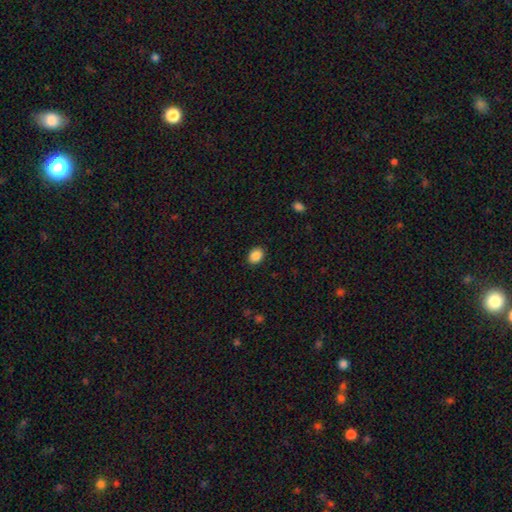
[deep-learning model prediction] smooth_or_featured: smooth (p=0.89) [alt: star or artifact p=0.08]
how_rounded: in between (p=0.66) [alt: round p=0.33]
merging: none (p=0.90) [alt: minor disturbance p=0.07]